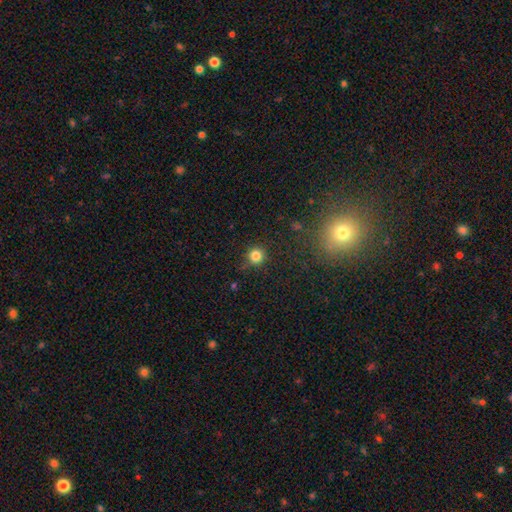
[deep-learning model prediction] smooth 82%, star or artifact 13%, featured or disk 5%. Down the decision tree: how rounded — round (94%); merging — none (83%).